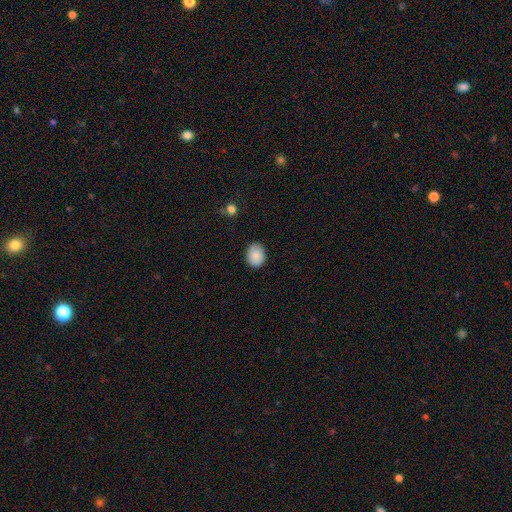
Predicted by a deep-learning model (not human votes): A smooth galaxy with no disk features (86%) that is in between round and cigar-shaped (56%). Merging: none (84%).